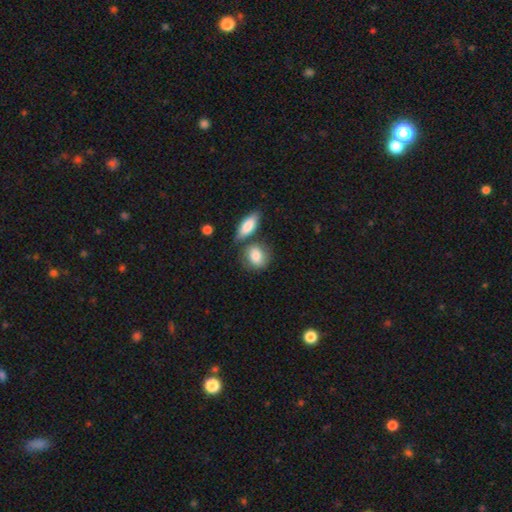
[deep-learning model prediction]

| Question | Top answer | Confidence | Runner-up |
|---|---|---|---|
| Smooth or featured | smooth | 83% | featured or disk (11%) |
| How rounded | in between | 55% | round (42%) |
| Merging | none | 58% | merger (23%) |